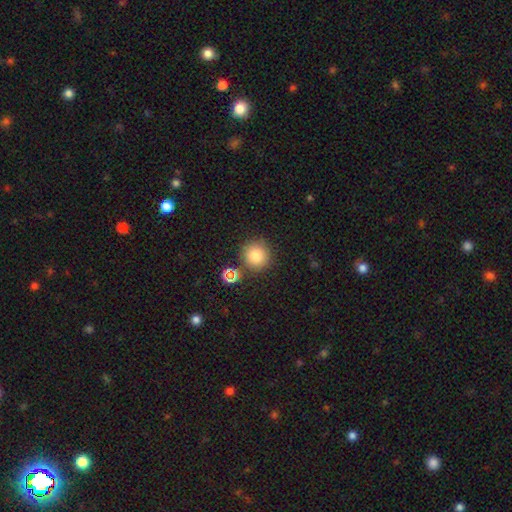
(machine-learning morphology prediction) smooth-or-featured: smooth: 82% | star or artifact: 12% | featured or disk: 7%
  how-rounded: round: 94% | in between: 5% | cigar-shaped: 1%
  merging: none: 82% | minor disturbance: 8% | merger: 7% | major disturbance: 3%